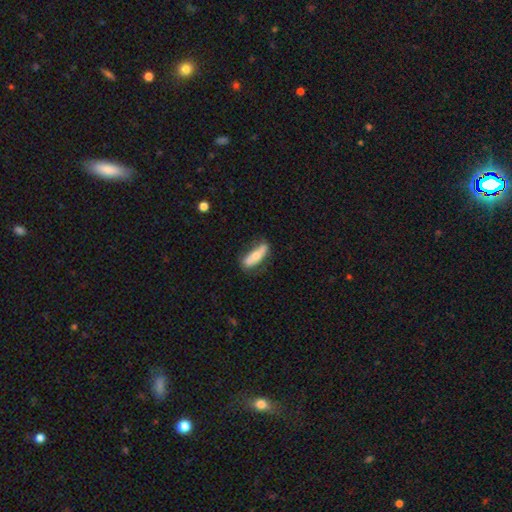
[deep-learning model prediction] A smooth galaxy with no disk features (60%) that is cigar-shaped (51%). Merging: none (67%).